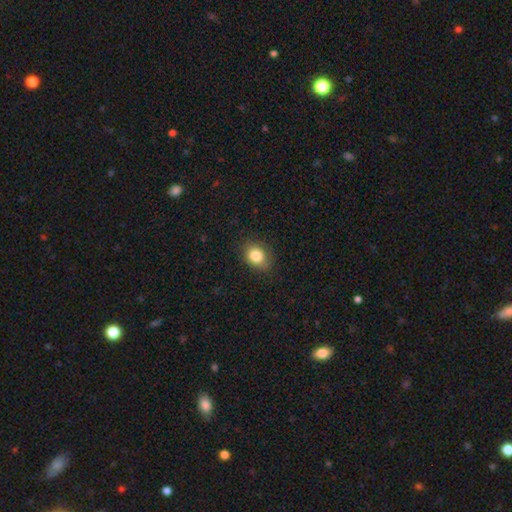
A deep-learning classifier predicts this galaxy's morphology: Smooth or featured? smooth (82%)
How rounded? in between (58%)
Merging? none (83%)